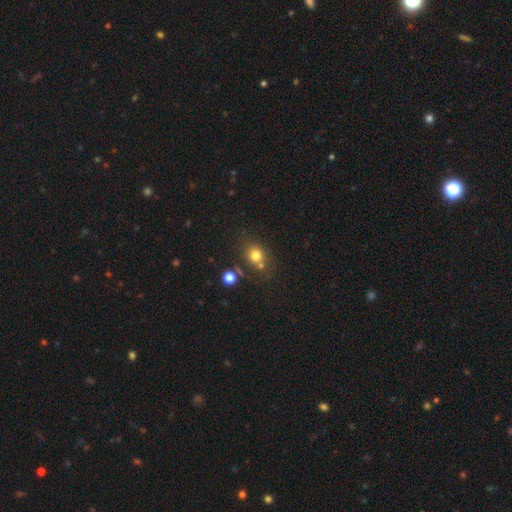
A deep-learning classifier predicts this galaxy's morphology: The model was most divided on "merging": none: 63%, merger: 19%, minor disturbance: 13%, major disturbance: 6%. More confident: smooth or featured — smooth (75%); how rounded — round (72%).